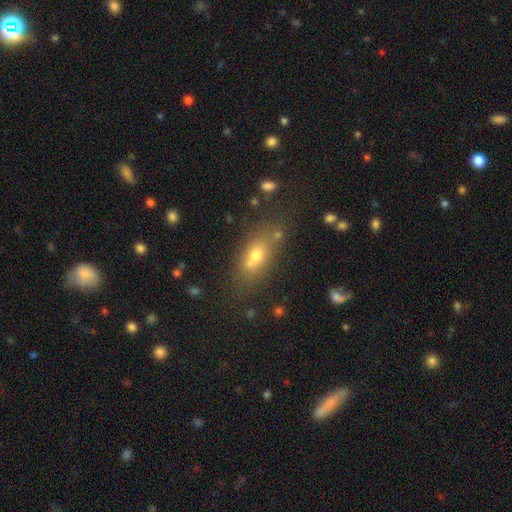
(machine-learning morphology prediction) This is likely a smooth galaxy (64%). How rounded: likely in between (72%). Merging: possibly none (53%).